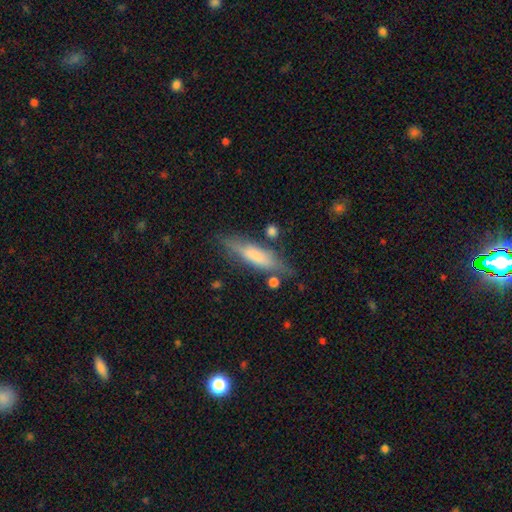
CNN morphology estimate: Smooth or featured? Predicted: smooth (p=0.61). How rounded? Predicted: cigar-shaped (p=0.70). Merging? Predicted: none (p=0.70).